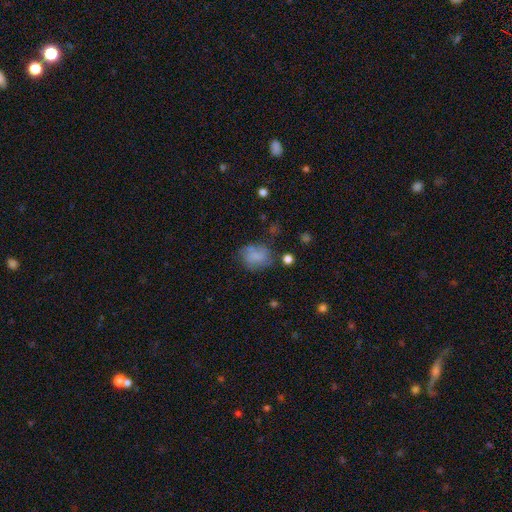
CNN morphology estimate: Overall: smooth (67%). How rounded: in between (52%; round 47%). Merging: none (56%; minor disturbance 25%).